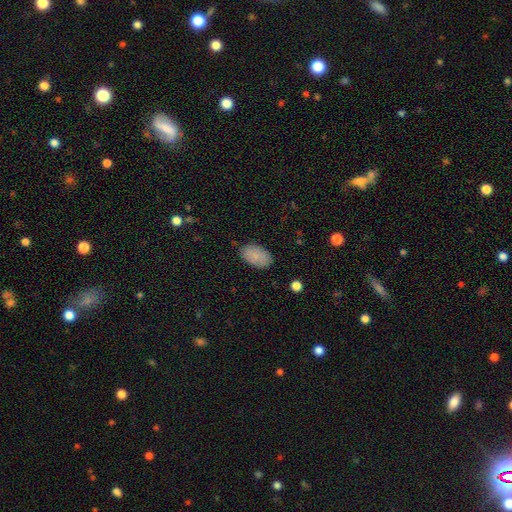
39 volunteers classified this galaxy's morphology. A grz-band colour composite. It shows a smooth galaxy with no disk features (90%) that is in between round and cigar-shaped (94%). Merging: none (92%).